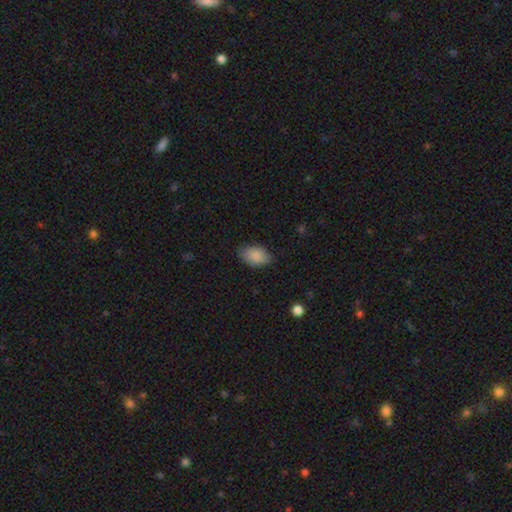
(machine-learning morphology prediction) smooth_or_featured: smooth (p=0.88) [alt: star or artifact p=0.07]
how_rounded: in between (p=0.89) [alt: round p=0.09]
merging: none (p=0.80) [alt: minor disturbance p=0.16]